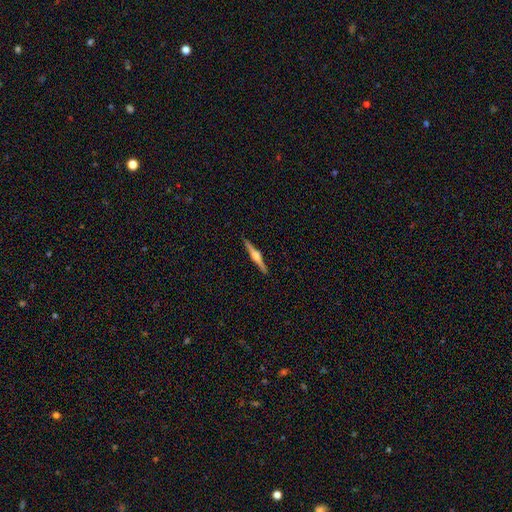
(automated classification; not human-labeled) The model was most divided on "smooth or featured": featured or disk: 79%, smooth: 15%, star or artifact: 6%. More confident: edge-on disk — yes (99%); merging — none (92%); edge-on bulge — rounded (89%).